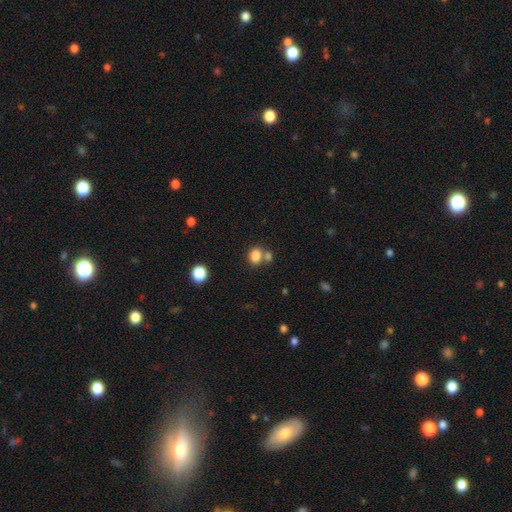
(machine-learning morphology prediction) Smooth or featured: smooth — 83% (star or artifact — 11%)
How rounded: in between — 60% (round — 39%)
Merging: none — 53% (merger — 33%)